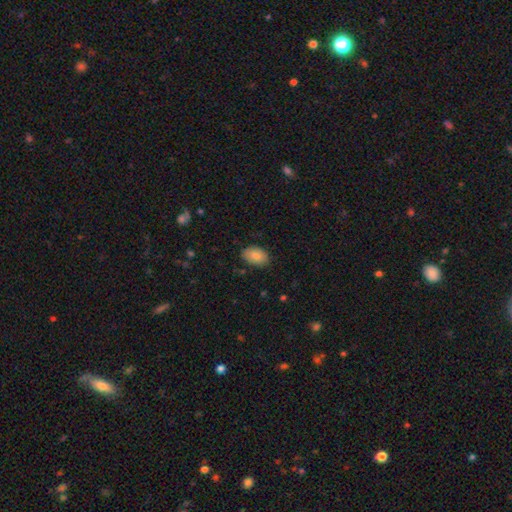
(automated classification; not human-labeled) Smooth or featured: smooth — 86% (featured or disk — 8%)
How rounded: in between — 89% (round — 10%)
Merging: none — 82% (minor disturbance — 14%)